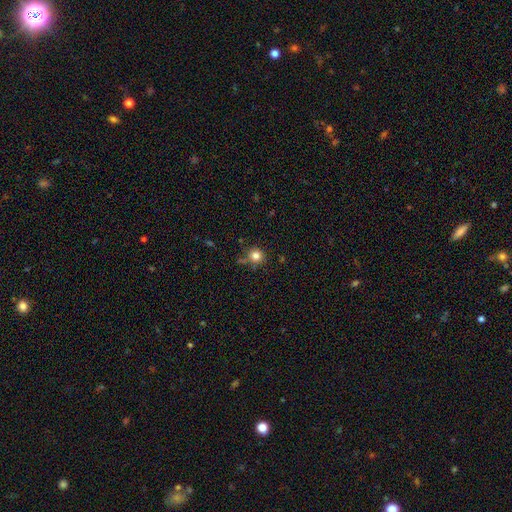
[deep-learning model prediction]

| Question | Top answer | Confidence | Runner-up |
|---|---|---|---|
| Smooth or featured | smooth | 81% | star or artifact (12%) |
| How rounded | round | 92% | in between (7%) |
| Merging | none | 73% | minor disturbance (14%) |